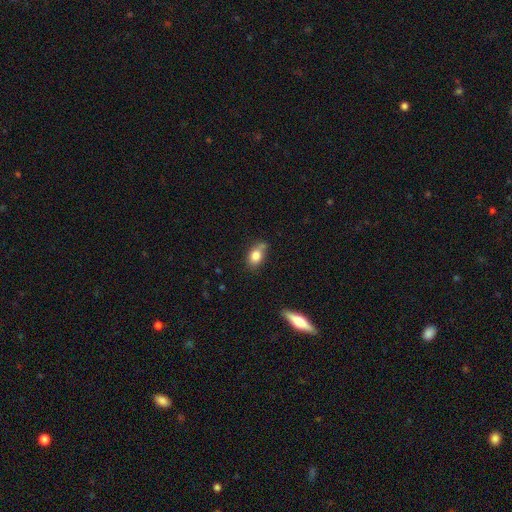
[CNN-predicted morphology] A smooth galaxy with no disk features (81%) that is in between round and cigar-shaped (77%).

Vote fractions:
- Smooth or featured? smooth: 81% / featured or disk: 11% / star or artifact: 9%
- How rounded? in between: 77% / round: 20% / cigar-shaped: 3%
- Merging? none: 53% / minor disturbance: 28% / merger: 12% / major disturbance: 7%